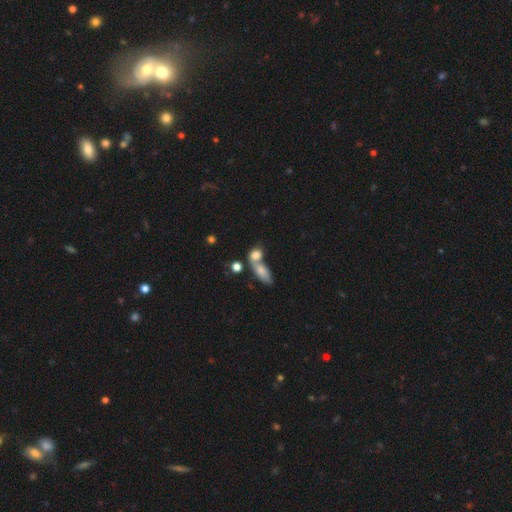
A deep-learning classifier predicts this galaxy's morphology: Smooth or featured? smooth (78%)
How rounded? in between (57%)
Merging? merger (54%)